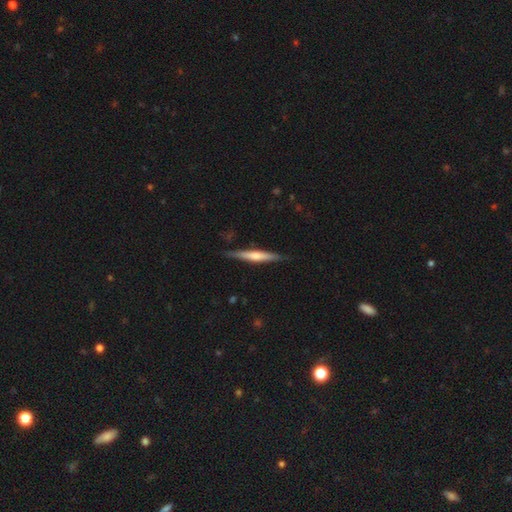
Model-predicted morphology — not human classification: Smooth or featured? featured or disk (53%)
Edge-on disk? yes (97%)
Edge-on bulge? rounded (62%)
Merging? none (85%)